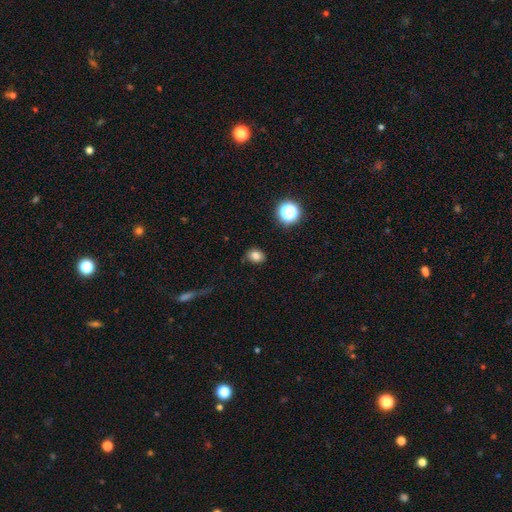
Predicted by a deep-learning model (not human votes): Smooth or featured: smooth — 81% (star or artifact — 13%)
How rounded: in between — 58% (round — 41%)
Merging: none — 81% (minor disturbance — 14%)